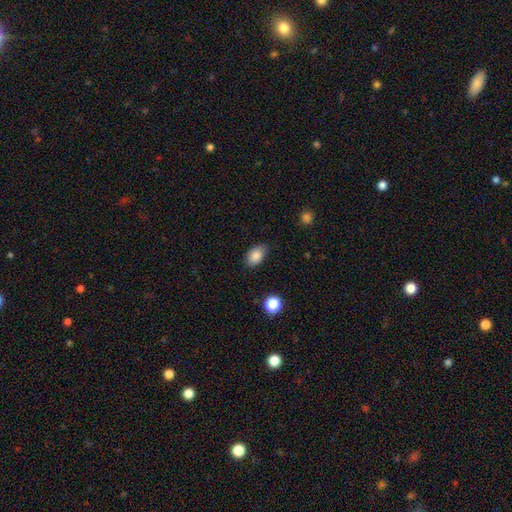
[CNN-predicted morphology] This appears to be a smooth galaxy with no disk features (87%) that is in between round and cigar-shaped (86%). Merging: none (80%).